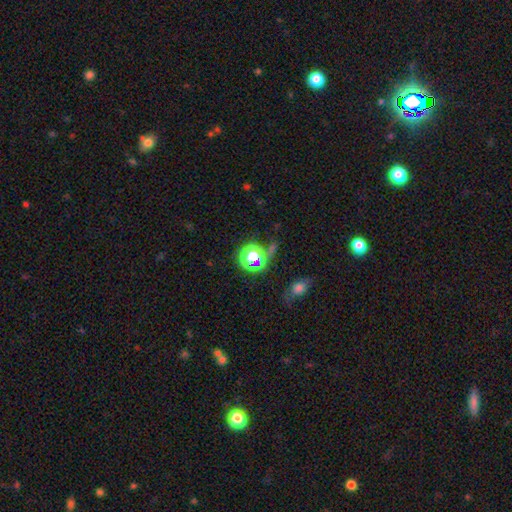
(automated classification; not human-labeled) Overall: star or artifact (62%; smooth 27%).